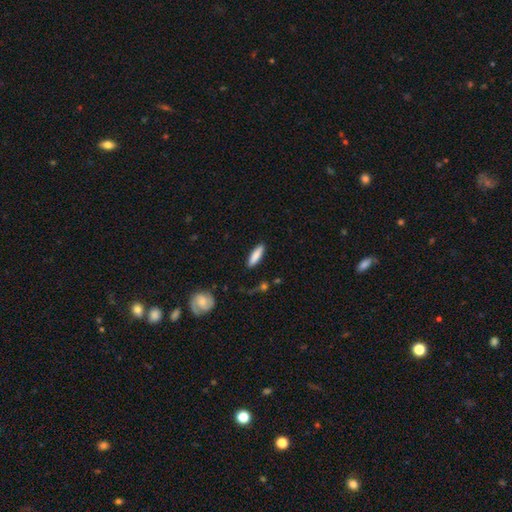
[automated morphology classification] Q: Smooth or featured?
A: smooth (83%); runner-up: featured or disk (11%)
Q: How rounded?
A: cigar-shaped (69%); runner-up: in between (29%)
Q: Merging?
A: none (87%); runner-up: minor disturbance (9%)